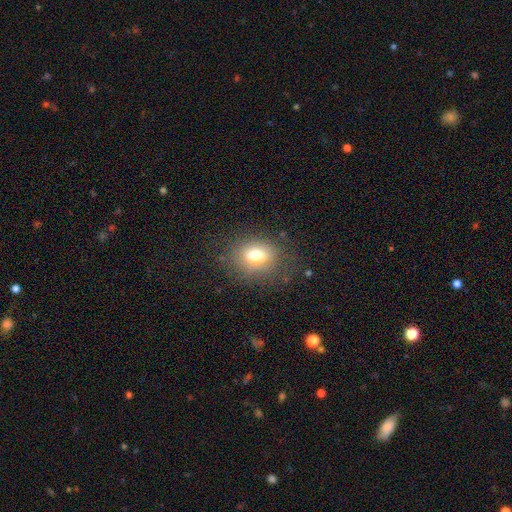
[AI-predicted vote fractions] Smooth or featured?
  - smooth: 75% *
  - star or artifact: 13%
  - featured or disk: 12%
How rounded?
  - in between: 51% *
  - round: 48%
  - cigar-shaped: 1%
Merging?
  - none: 77% *
  - minor disturbance: 14%
  - major disturbance: 7%
  - merger: 1%